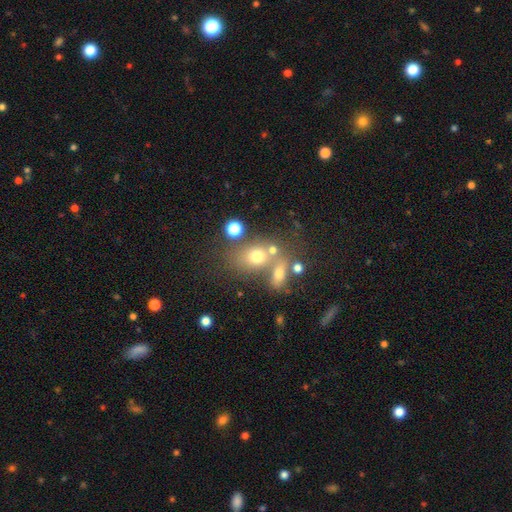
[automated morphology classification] Smooth or featured? smooth (50%)
How rounded? round (61%)
Merging? merger (47%)